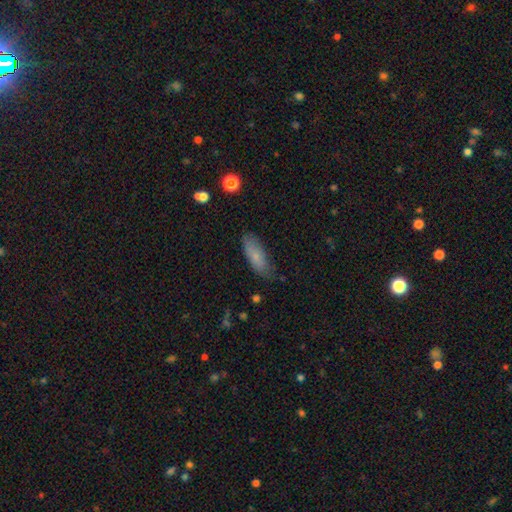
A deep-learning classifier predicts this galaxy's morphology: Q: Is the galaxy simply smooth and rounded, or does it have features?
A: smooth — 80%.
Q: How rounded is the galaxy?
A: in between — 61%.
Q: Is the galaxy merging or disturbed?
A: none — 77%.